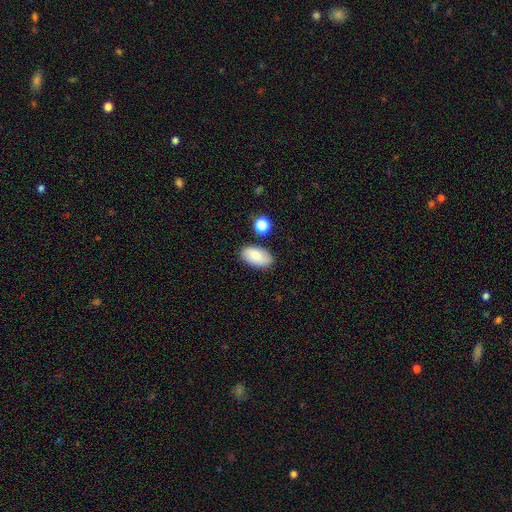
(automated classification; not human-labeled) Smooth or featured: smooth — 79% (featured or disk — 13%)
How rounded: in between — 93% (round — 4%)
Merging: none — 81% (minor disturbance — 12%)